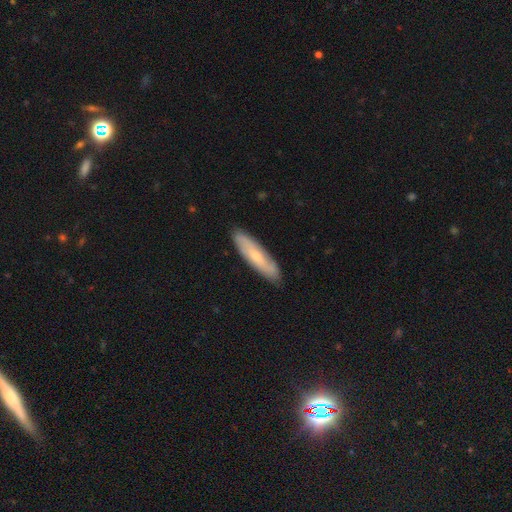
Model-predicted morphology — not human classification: smooth_or_featured: smooth (p=0.56) [alt: featured or disk p=0.38]
how_rounded: cigar-shaped (p=0.76) [alt: in between p=0.22]
merging: none (p=0.88) [alt: minor disturbance p=0.09]